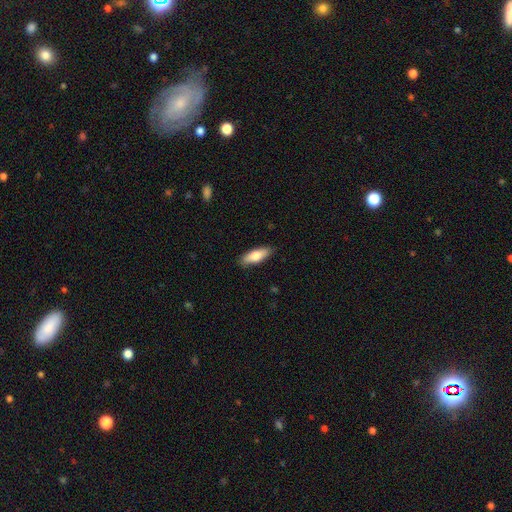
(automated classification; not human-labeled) A smooth galaxy with no disk features (73%) that is in between round and cigar-shaped (64%).

Vote fractions:
- Smooth or featured? smooth: 73% / featured or disk: 21% / star or artifact: 6%
- How rounded? in between: 64% / cigar-shaped: 34% / round: 2%
- Merging? none: 87% / minor disturbance: 10% / major disturbance: 2% / merger: 1%